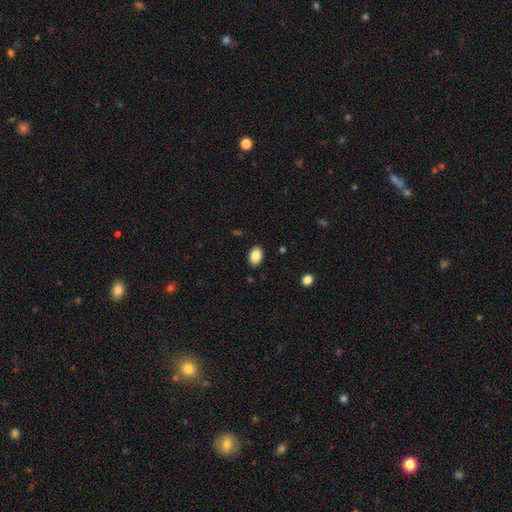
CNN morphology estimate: Smooth or featured? Predicted: smooth (p=0.86). How rounded? Predicted: in between (p=0.87). Merging? Predicted: none (p=0.88).